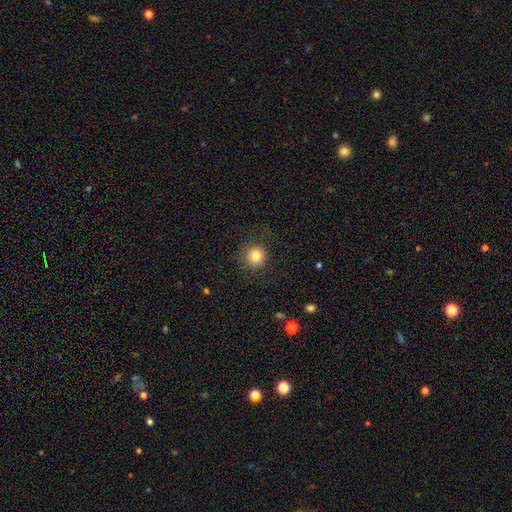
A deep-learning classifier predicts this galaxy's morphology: The model was most divided on "smooth or featured": smooth: 80%, star or artifact: 11%, featured or disk: 9%. More confident: how rounded — round (94%); merging — none (85%).